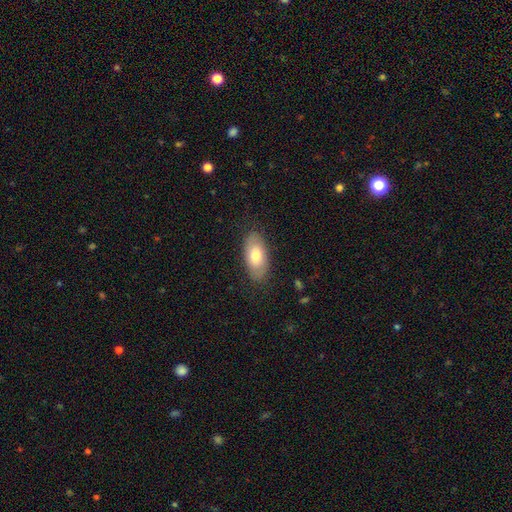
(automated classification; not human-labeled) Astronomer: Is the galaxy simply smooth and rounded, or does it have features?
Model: smooth — 72%.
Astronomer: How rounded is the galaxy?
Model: in between — 91%.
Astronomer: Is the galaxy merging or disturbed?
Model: none — 84%.